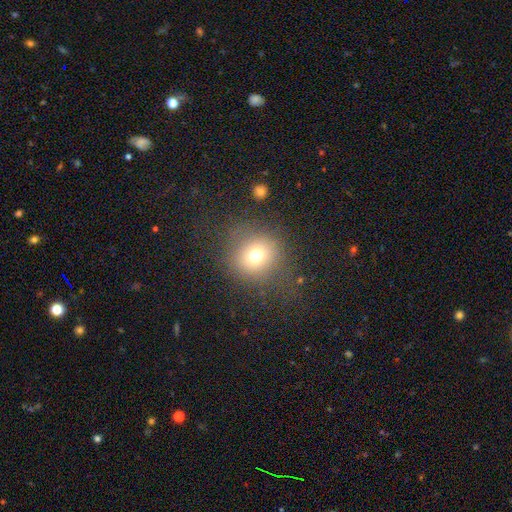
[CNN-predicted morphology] This appears to be a smooth galaxy with no disk features (71%) that is round (89%). Merging: none (75%).